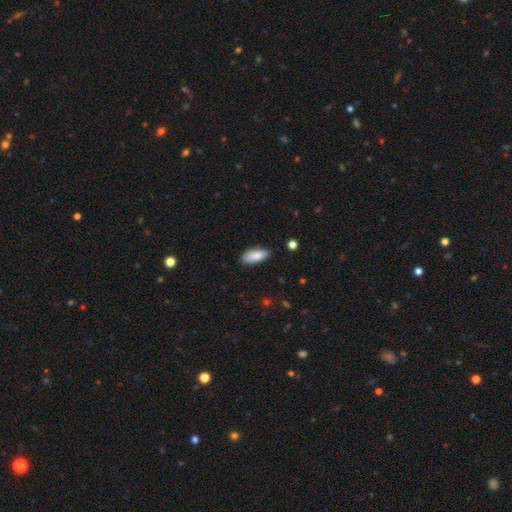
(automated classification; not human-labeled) Smooth or featured: smooth — 87% (featured or disk — 7%)
How rounded: in between — 82% (cigar-shaped — 16%)
Merging: none — 82% (minor disturbance — 15%)